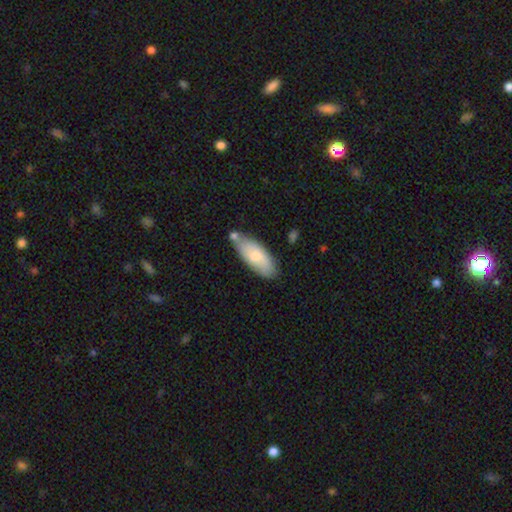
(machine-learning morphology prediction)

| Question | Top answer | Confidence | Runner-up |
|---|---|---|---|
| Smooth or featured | smooth | 72% | featured or disk (23%) |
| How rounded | in between | 79% | cigar-shaped (19%) |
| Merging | none | 63% | minor disturbance (20%) |